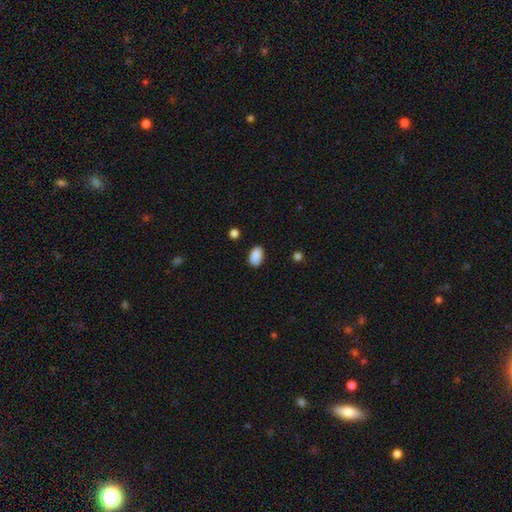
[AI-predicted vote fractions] smooth-or-featured: smooth: 89% | star or artifact: 7% | featured or disk: 3%
  how-rounded: in between: 90% | round: 8% | cigar-shaped: 1%
  merging: none: 86% | minor disturbance: 11% | major disturbance: 2% | merger: 1%